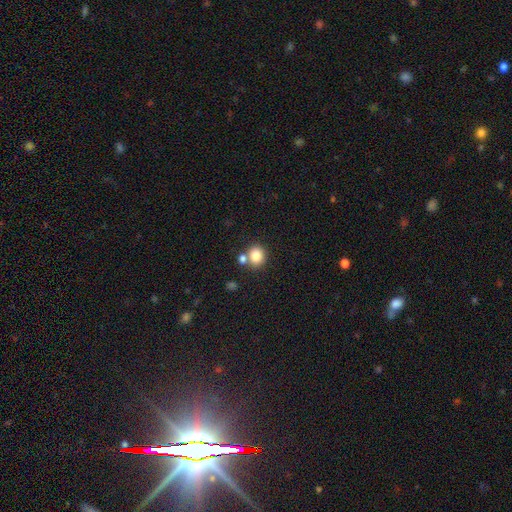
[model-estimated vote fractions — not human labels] Overall: smooth (83%). How rounded: round (73%). Merging: none (64%).